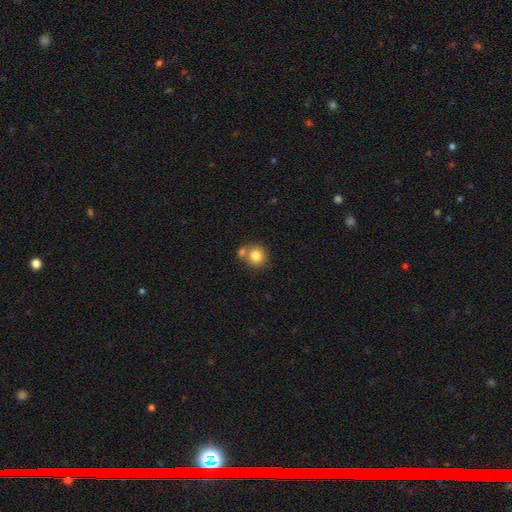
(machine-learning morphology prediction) Smooth or featured? smooth (80%)
How rounded? round (87%)
Merging? none (54%)